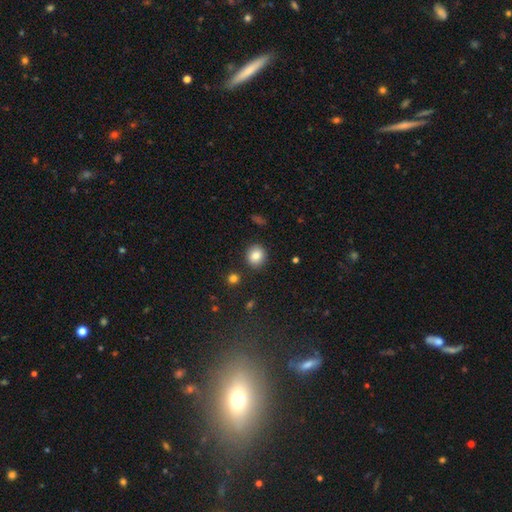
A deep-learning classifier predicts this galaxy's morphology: Smooth or featured? Predicted: smooth (p=0.84). How rounded? Predicted: round (p=0.80). Merging? Predicted: none (p=0.88).